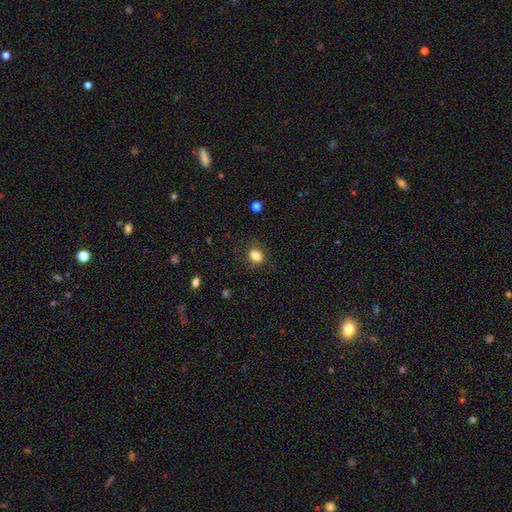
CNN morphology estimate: Overall: smooth (83%). How rounded: in between (67%; round 32%). Merging: none (80%).